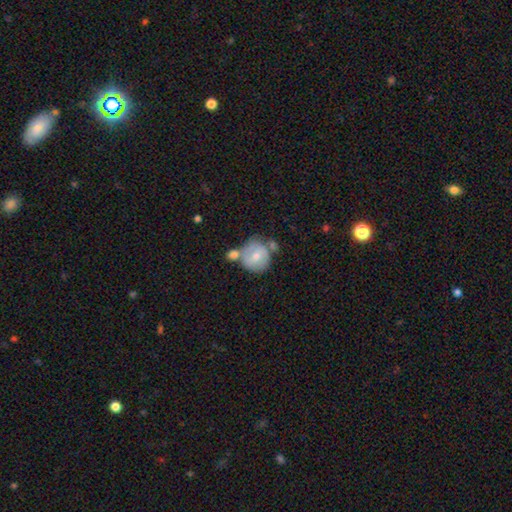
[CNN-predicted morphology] Smooth or featured? Predicted: smooth (p=0.53). How rounded? Predicted: round (p=0.83). Merging? Predicted: none (p=0.40).